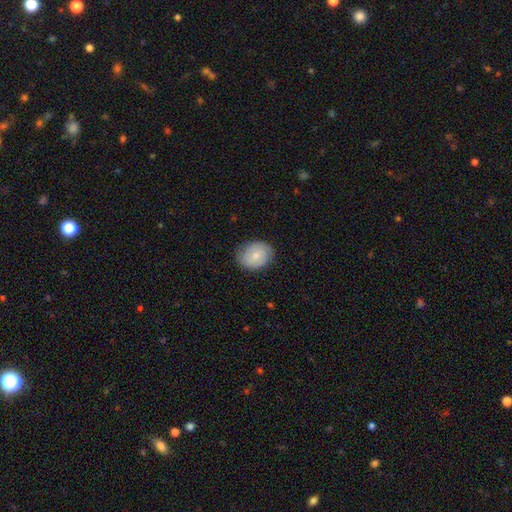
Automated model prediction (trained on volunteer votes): Smooth or featured?
  - smooth: 66% *
  - featured or disk: 27%
  - star or artifact: 7%
How rounded?
  - round: 51% *
  - in between: 48%
  - cigar-shaped: 1%
Merging?
  - none: 80% *
  - minor disturbance: 16%
  - major disturbance: 3%
  - merger: 1%